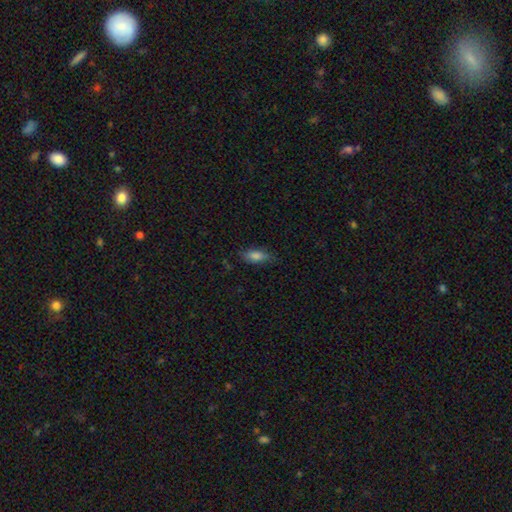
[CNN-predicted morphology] smooth_or_featured: smooth (p=0.79) [alt: featured or disk p=0.13]
how_rounded: in between (p=0.73) [alt: cigar-shaped p=0.24]
merging: none (p=0.75) [alt: minor disturbance p=0.19]